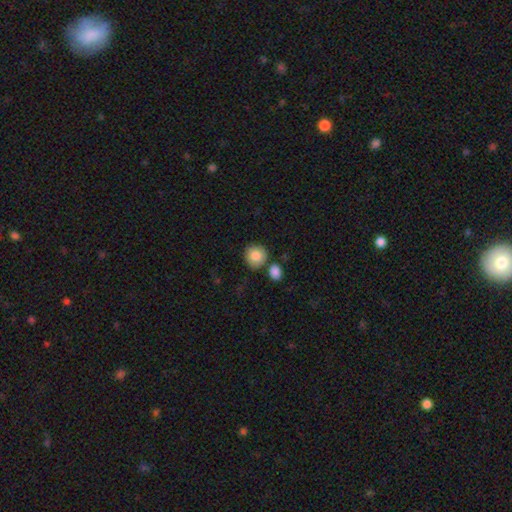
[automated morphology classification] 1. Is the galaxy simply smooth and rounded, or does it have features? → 84% smooth, 9% featured or disk, 8% star or artifact.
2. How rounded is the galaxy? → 88% round, 11% in between, 1% cigar-shaped.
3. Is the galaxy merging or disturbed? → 75% none, 11% merger, 11% minor disturbance, 3% major disturbance.